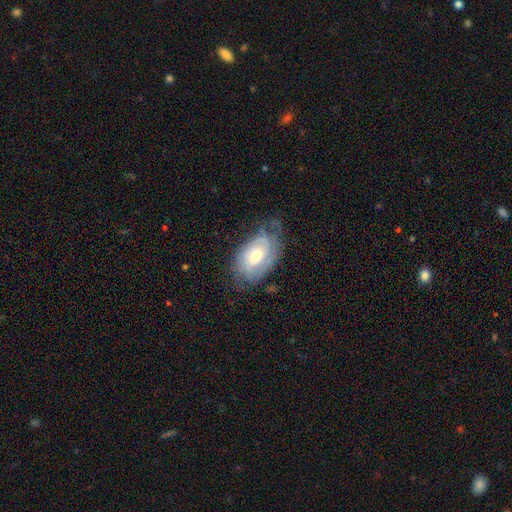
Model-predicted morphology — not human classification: Overall: featured or disk (73%). Edge-on disk: no (95%). Bar: no (61%; weak 33%). Spiral arms: yes (87%). Spiral arm count: can't tell (42%; 2 35%). Spiral winding: tight (63%; medium 28%). Bulge size: moderate (66%). Merging: none (59%; minor disturbance 27%).